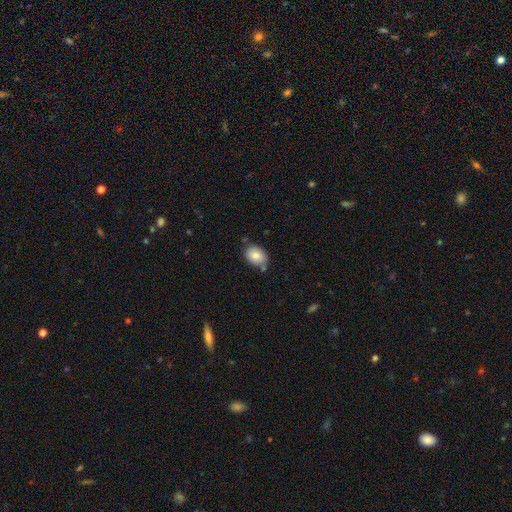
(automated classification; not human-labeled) Smooth or featured? Predicted: smooth (p=0.81). How rounded? Predicted: in between (p=0.71). Merging? Predicted: none (p=0.69).